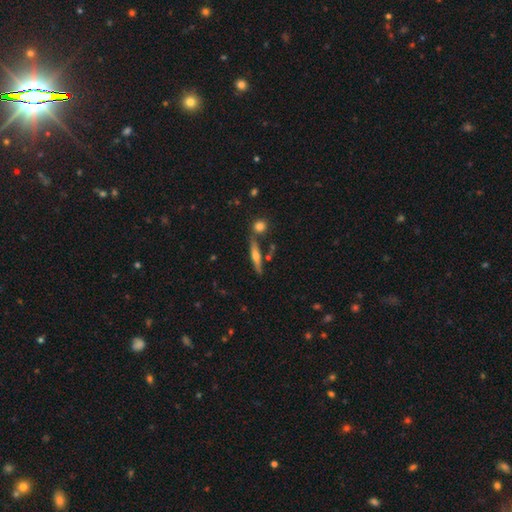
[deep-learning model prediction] This appears to be a featured or disk galaxy (58%) viewed edge-on (94%) with a rounded central bulge (83%). Merging: none (76%).